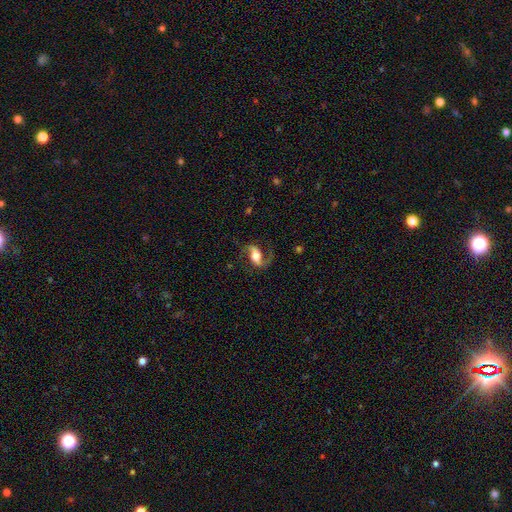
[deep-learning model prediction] A featured or disk galaxy (83%) with a strong bar (39%), 2 (89%) loose (50%) spiral arms (95%) and a moderate central bulge (47%). Merging: none (72%).